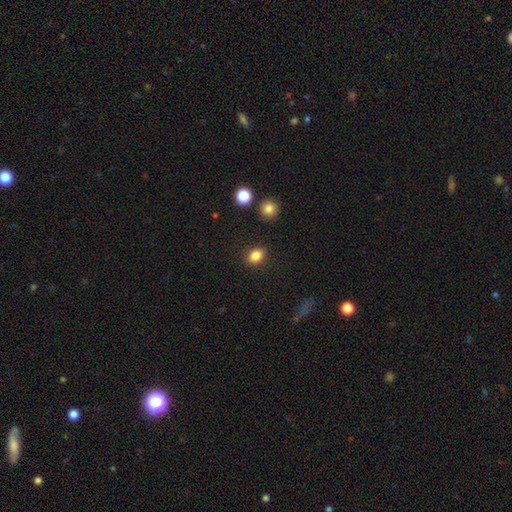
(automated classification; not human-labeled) Q: Smooth or featured?
A: smooth (85%); runner-up: star or artifact (10%)
Q: How rounded?
A: in between (64%); runner-up: round (34%)
Q: Merging?
A: none (87%); runner-up: minor disturbance (8%)